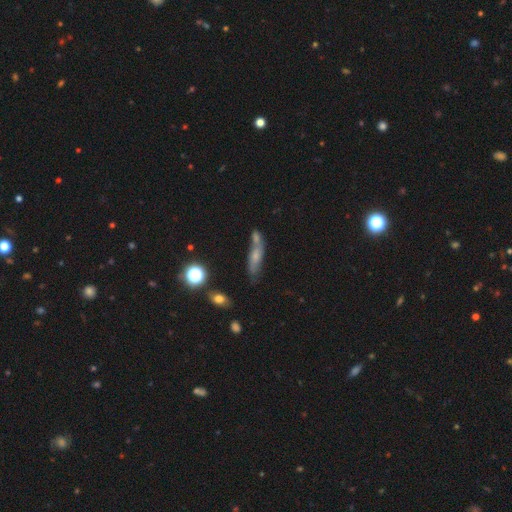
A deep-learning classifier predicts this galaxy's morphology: This is possibly a smooth galaxy (52%). How rounded: likely cigar-shaped (63%). Merging: marginally none (45%).